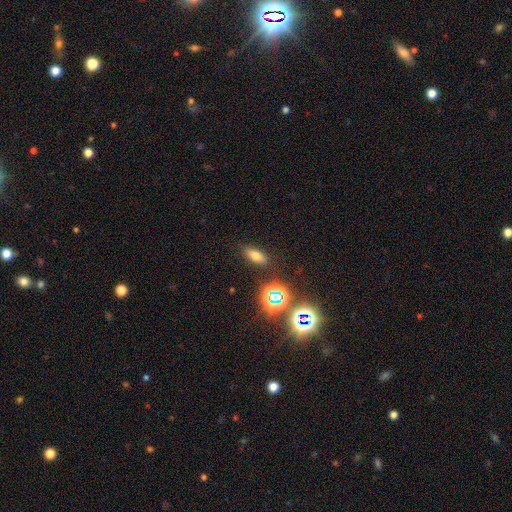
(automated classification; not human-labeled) A smooth galaxy with no disk features (66%) that is in between round and cigar-shaped (72%).

Vote fractions:
- Smooth or featured? smooth: 66% / star or artifact: 22% / featured or disk: 12%
- How rounded? in between: 72% / cigar-shaped: 21% / round: 7%
- Merging? none: 86% / minor disturbance: 9% / major disturbance: 3% / merger: 2%